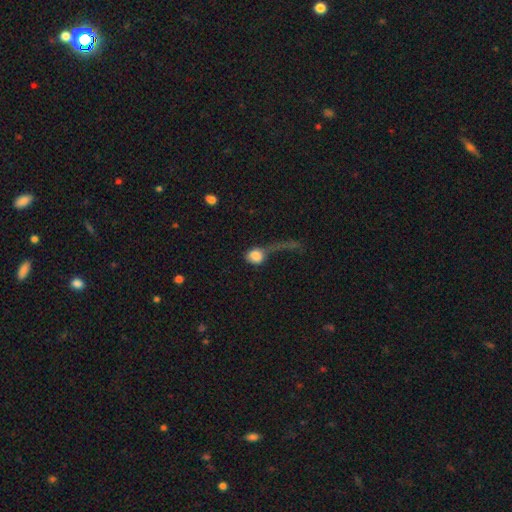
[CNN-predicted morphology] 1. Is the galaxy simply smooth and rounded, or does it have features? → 75% smooth, 16% featured or disk, 10% star or artifact.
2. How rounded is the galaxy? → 52% round, 45% in between, 3% cigar-shaped.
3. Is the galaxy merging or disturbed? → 56% major disturbance, 19% none, 16% minor disturbance, 9% merger.